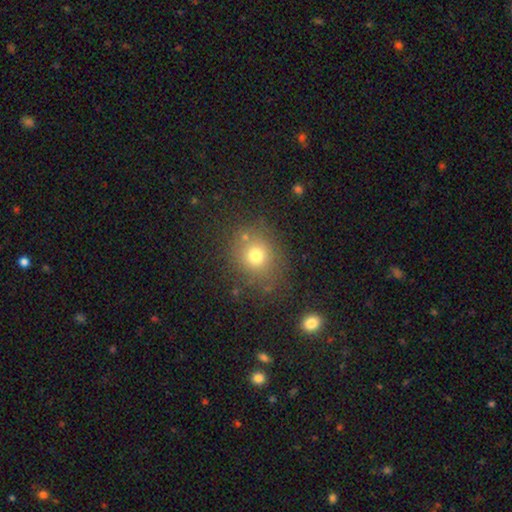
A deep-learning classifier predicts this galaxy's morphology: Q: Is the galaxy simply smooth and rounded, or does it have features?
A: smooth — 71%.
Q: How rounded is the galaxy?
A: round — 77%.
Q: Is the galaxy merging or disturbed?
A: none — 77%.